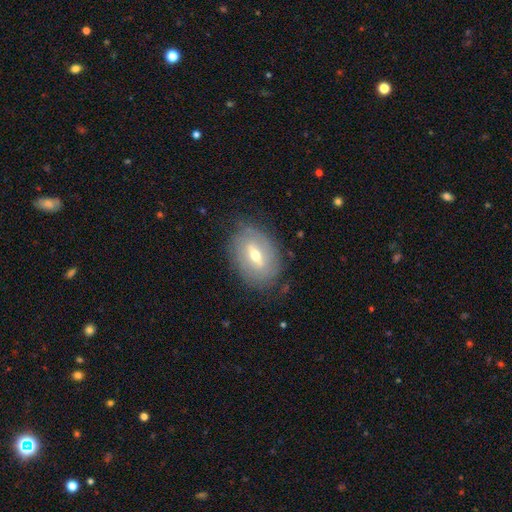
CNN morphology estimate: This is likely a featured or disk galaxy (60%). It is clearly not viewed edge-on (87%). Bar: possibly weak (48%). Spiral arm pattern: possibly no (57%). Central bulge: likely moderate (67%). Merging: likely none (76%).